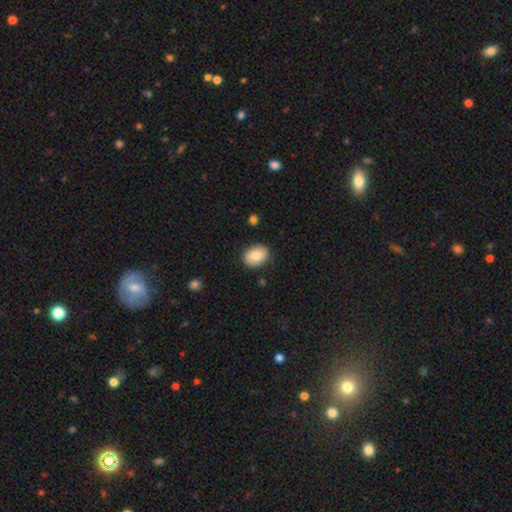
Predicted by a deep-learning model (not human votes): A smooth galaxy with no disk features (82%) that is in between round and cigar-shaped (67%).

Vote fractions:
- Smooth or featured? smooth: 82% / featured or disk: 11% / star or artifact: 7%
- How rounded? in between: 67% / round: 32% / cigar-shaped: 1%
- Merging? none: 86% / minor disturbance: 10% / major disturbance: 2% / merger: 1%